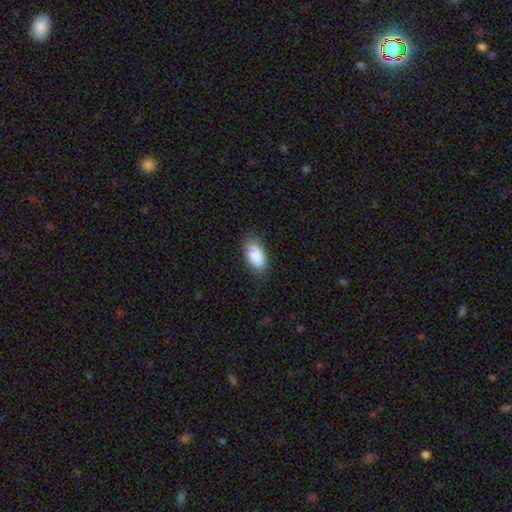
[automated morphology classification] A smooth galaxy with no disk features (89%) that is in between round and cigar-shaped (93%). Merging: none (82%).